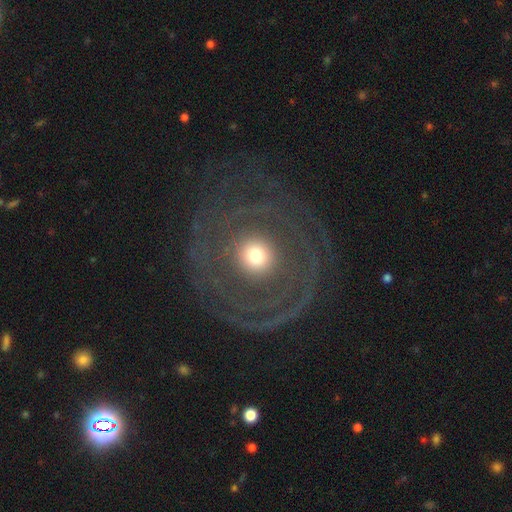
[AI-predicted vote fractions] Q: Smooth or featured?
A: featured or disk (65%); runner-up: smooth (23%)
Q: Edge-on disk?
A: no (96%); runner-up: yes (4%)
Q: Bar?
A: no (82%); runner-up: weak (12%)
Q: Spiral arms?
A: yes (81%); runner-up: no (19%)
Q: Spiral winding?
A: tight (56%); runner-up: medium (27%)
Q: Spiral arm count?
A: can't tell (28%); tied with: 2 (28%)
Q: Bulge size?
A: moderate (45%); runner-up: small (27%)
Q: Merging?
A: none (75%); runner-up: major disturbance (12%)